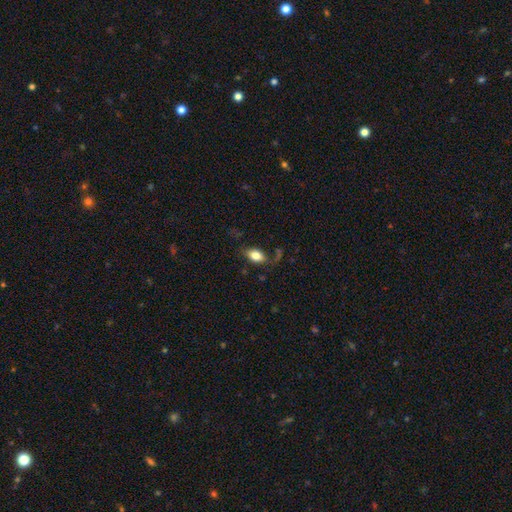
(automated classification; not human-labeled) smooth 79%, featured or disk 14%, star or artifact 8%. Down the decision tree: how rounded — in between (88%); merging — none (70%).